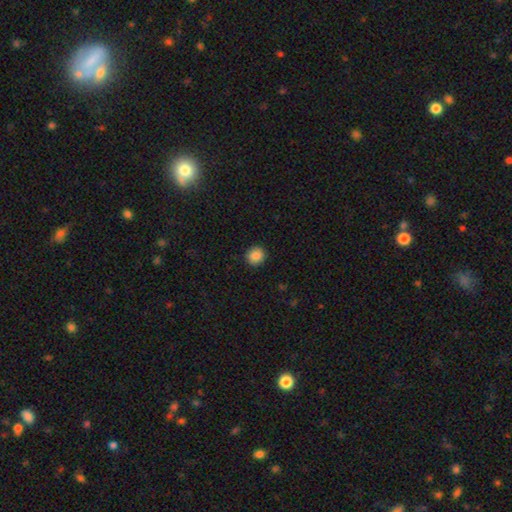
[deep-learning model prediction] smooth-or-featured: smooth: 87% | star or artifact: 9% | featured or disk: 4%
  how-rounded: round: 88% | in between: 11% | cigar-shaped: 1%
  merging: none: 90% | minor disturbance: 7% | major disturbance: 2% | merger: 1%